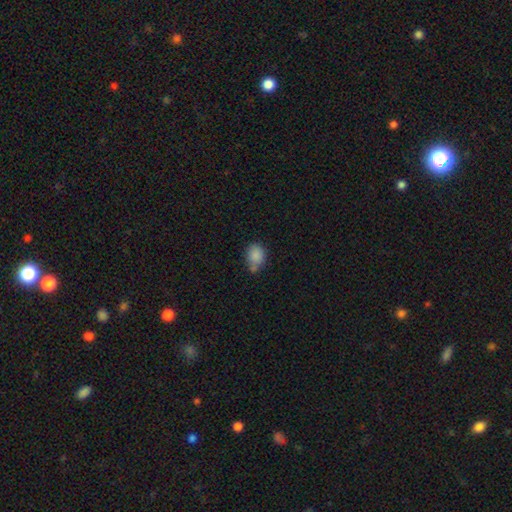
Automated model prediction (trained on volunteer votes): smooth 85%, star or artifact 9%, featured or disk 6%. Down the decision tree: how rounded — in between (53%); merging — none (49%).